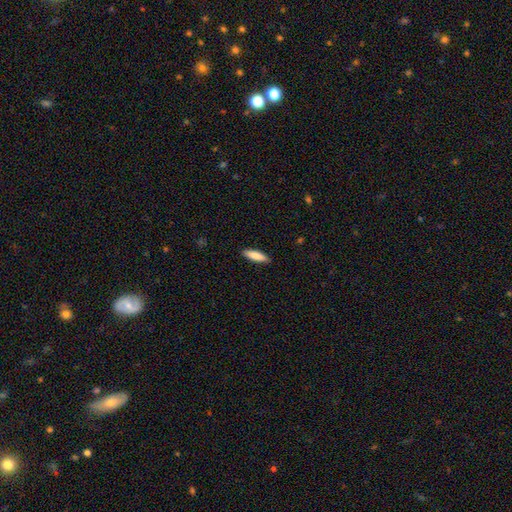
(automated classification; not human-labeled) This is clearly a smooth galaxy (84%). How rounded: likely cigar-shaped (61%). Merging: clearly none (89%).